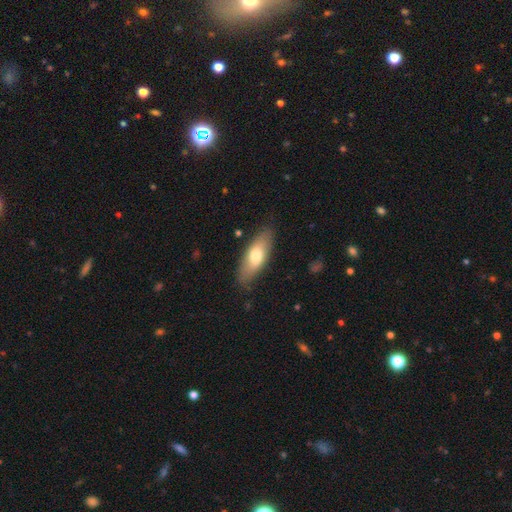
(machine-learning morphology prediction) smooth_or_featured: smooth (p=0.70) [alt: featured or disk p=0.24]
how_rounded: in between (p=0.72) [alt: cigar-shaped p=0.26]
merging: none (p=0.83) [alt: minor disturbance p=0.13]